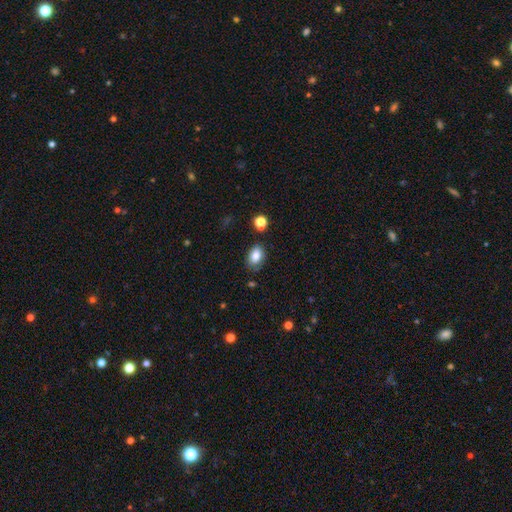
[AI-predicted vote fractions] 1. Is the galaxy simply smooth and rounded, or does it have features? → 83% smooth, 9% featured or disk, 9% star or artifact.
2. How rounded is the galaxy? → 86% in between, 12% round, 1% cigar-shaped.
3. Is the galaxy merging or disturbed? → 74% none, 18% minor disturbance, 4% major disturbance, 4% merger.